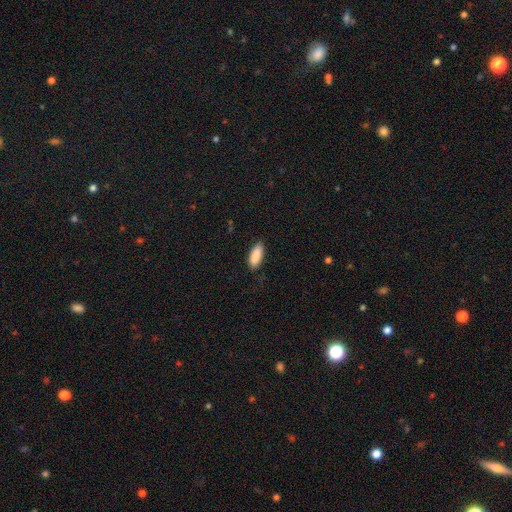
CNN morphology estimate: Smooth or featured? Predicted: smooth (p=0.90). How rounded? Predicted: in between (p=0.81). Merging? Predicted: none (p=0.83).